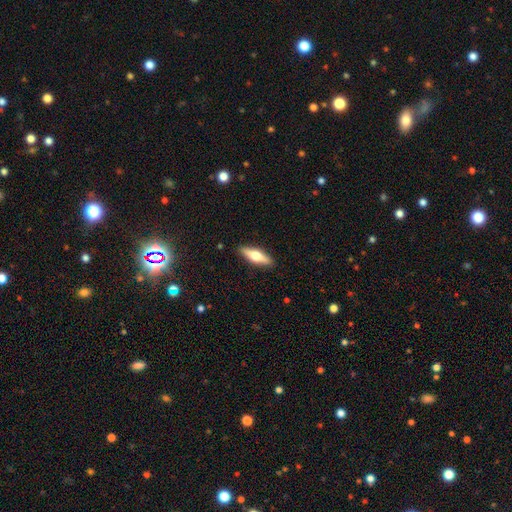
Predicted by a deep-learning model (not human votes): Smooth or featured? Predicted: smooth (p=0.50). Merging? Predicted: none (p=0.89).